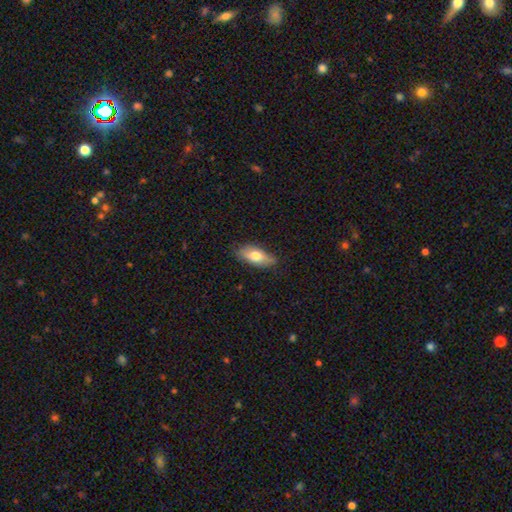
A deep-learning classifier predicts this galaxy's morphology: Smooth or featured? smooth (70%)
How rounded? in between (80%)
Merging? none (79%)